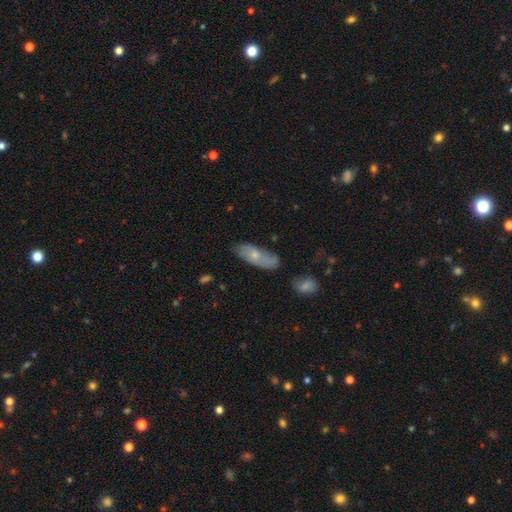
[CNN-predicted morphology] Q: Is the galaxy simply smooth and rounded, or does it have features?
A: smooth — 59%.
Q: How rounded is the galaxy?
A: in between — 70%.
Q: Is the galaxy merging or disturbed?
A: none — 63%.